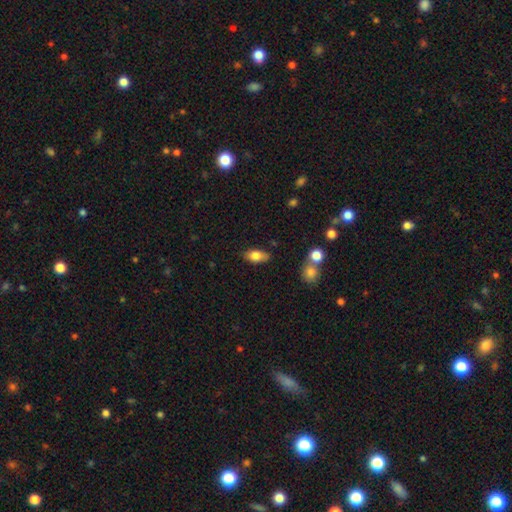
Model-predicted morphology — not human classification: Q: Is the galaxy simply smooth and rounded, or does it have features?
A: smooth — 79%.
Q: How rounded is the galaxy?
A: in between — 87%.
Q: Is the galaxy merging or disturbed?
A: none — 79%.